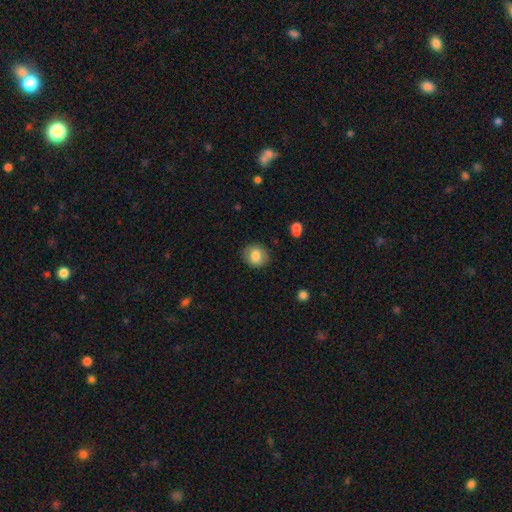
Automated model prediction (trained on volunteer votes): The model was most divided on "how rounded": round: 71%, in between: 28%, cigar-shaped: 1%. More confident: merging — none (85%); smooth or featured — smooth (78%).